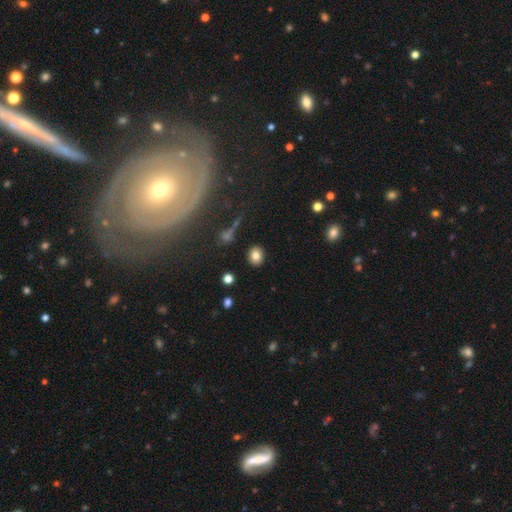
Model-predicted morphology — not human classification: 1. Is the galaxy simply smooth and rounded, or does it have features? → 81% smooth, 11% star or artifact, 8% featured or disk.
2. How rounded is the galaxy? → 58% round, 41% in between, 1% cigar-shaped.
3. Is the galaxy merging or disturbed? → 88% none, 7% minor disturbance, 2% major disturbance, 2% merger.